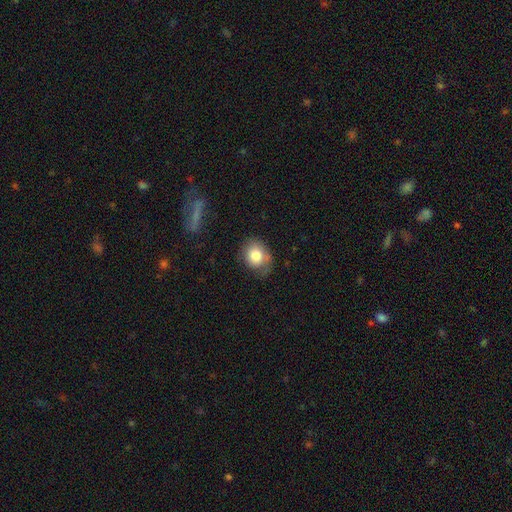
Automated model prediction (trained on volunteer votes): Morphology: type=smooth (76%); roundness=round (53%); merging=none (57%).